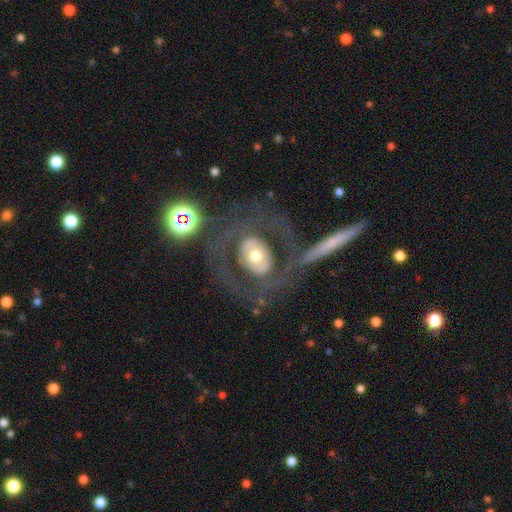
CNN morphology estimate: The model was most divided on "spiral arms": no: 61%, yes: 39%. More confident: edge-on disk — no (93%); bar — no (69%); bulge size — moderate (64%); merging — none (61%); smooth or featured — featured or disk (60%).